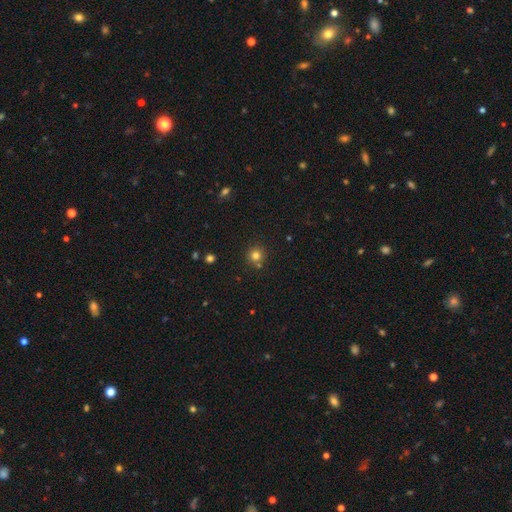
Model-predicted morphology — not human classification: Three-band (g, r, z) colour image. It shows a smooth galaxy with no disk features (78%) that is round (93%). Merging: none (80%).